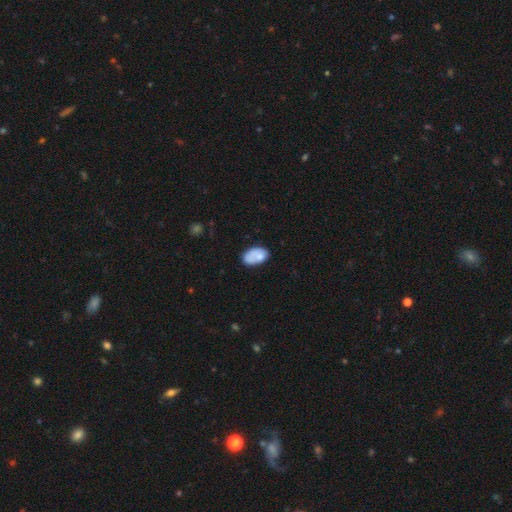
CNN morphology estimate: Smooth or featured? smooth (70%)
How rounded? in between (90%)
Merging? none (50%)